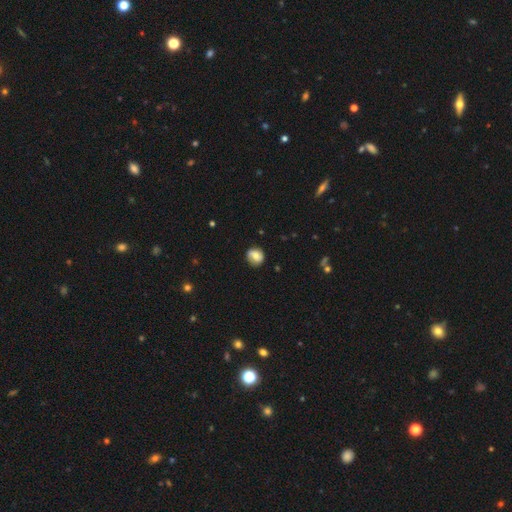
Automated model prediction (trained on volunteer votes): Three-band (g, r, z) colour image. It shows a smooth galaxy with no disk features (63%) that is round (78%). Merging: none (75%).